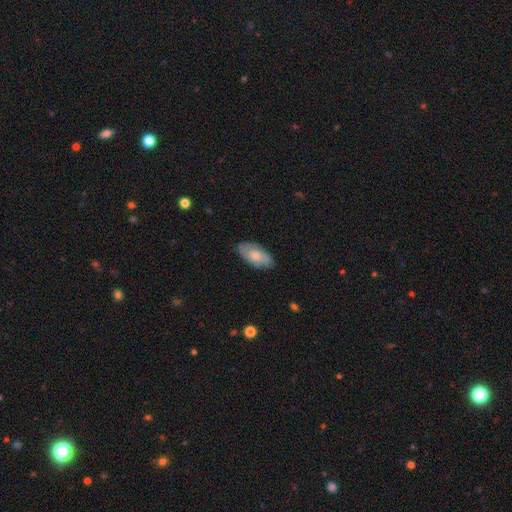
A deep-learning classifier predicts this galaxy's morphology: Smooth or featured? smooth (58%)
How rounded? in between (93%)
Merging? none (76%)